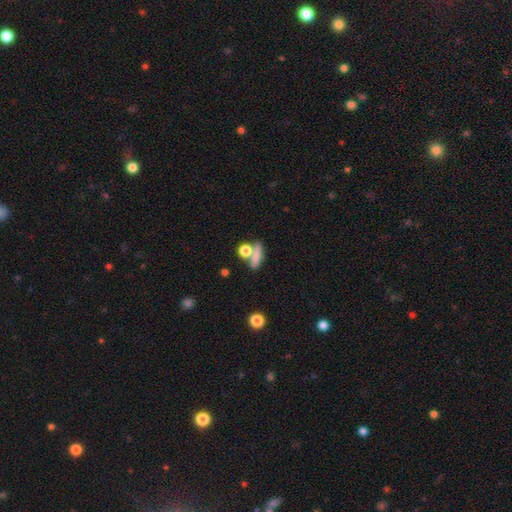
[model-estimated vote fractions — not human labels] Smooth or featured?
  - smooth: 72% *
  - featured or disk: 16%
  - star or artifact: 11%
How rounded?
  - cigar-shaped: 42% *
  - in between: 34%
  - round: 24%
Merging?
  - none: 55% *
  - merger: 27%
  - minor disturbance: 12%
  - major disturbance: 6%